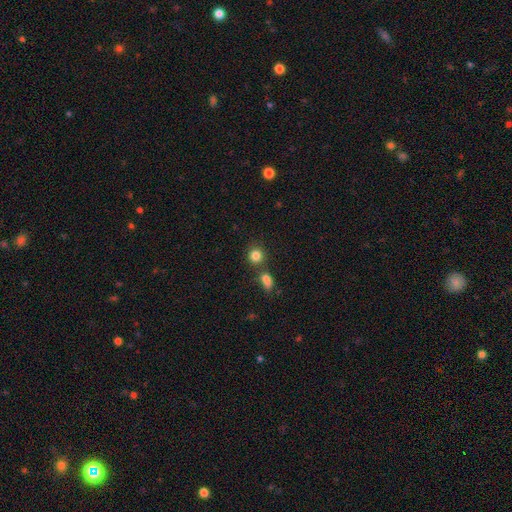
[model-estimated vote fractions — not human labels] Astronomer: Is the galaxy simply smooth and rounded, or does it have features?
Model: smooth — 83%.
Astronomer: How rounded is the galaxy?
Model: round — 85%.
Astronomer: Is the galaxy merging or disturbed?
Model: none — 68%.